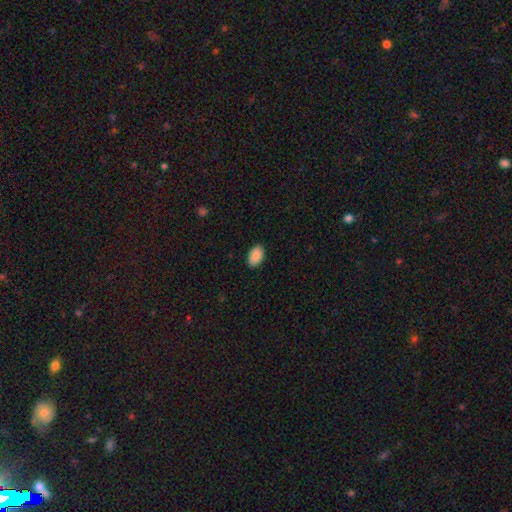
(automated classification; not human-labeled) Q: Smooth or featured?
A: smooth (88%); runner-up: star or artifact (7%)
Q: How rounded?
A: in between (93%); runner-up: round (5%)
Q: Merging?
A: none (88%); runner-up: minor disturbance (9%)